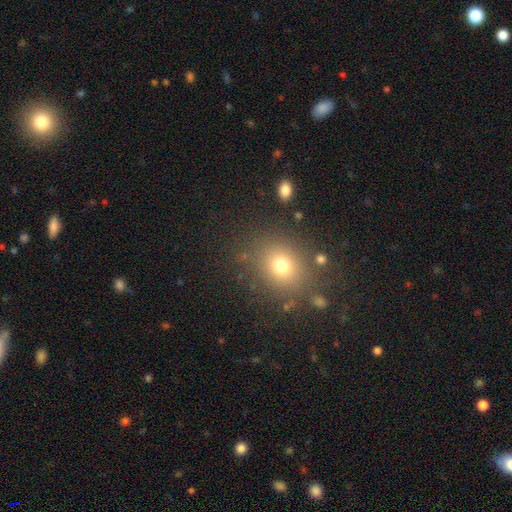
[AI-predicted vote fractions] Smooth or featured? Predicted: smooth (p=0.64). How rounded? Predicted: round (p=0.69). Merging? Predicted: none (p=0.84).